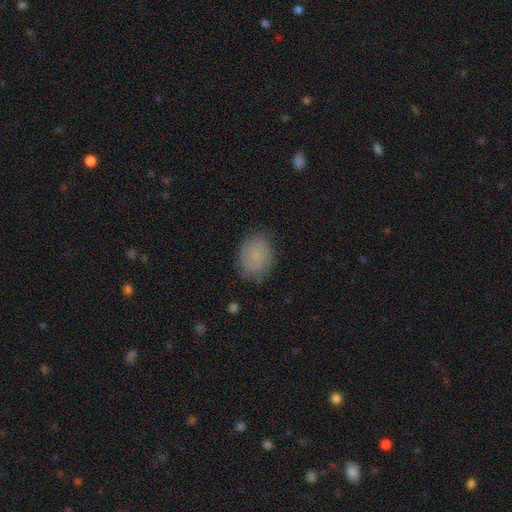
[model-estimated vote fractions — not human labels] This is likely a smooth galaxy (66%). How rounded: possibly in between (53%). Merging: likely none (79%).